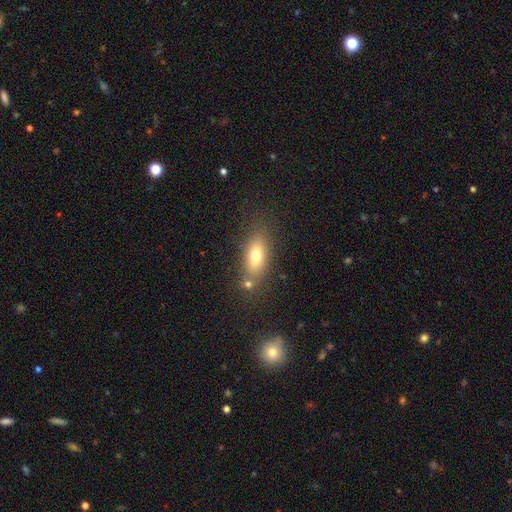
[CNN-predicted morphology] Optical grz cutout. It shows a smooth galaxy with no disk features (71%) that is in between round and cigar-shaped (78%). Merging: none (67%).